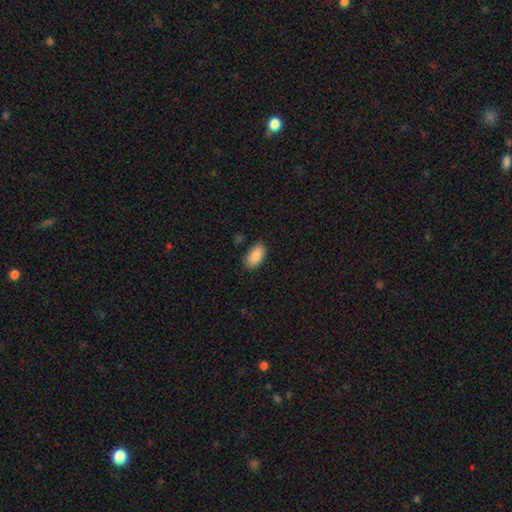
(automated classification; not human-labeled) Smooth or featured: smooth — 89% (star or artifact — 7%)
How rounded: in between — 94% (round — 3%)
Merging: none — 84% (minor disturbance — 12%)